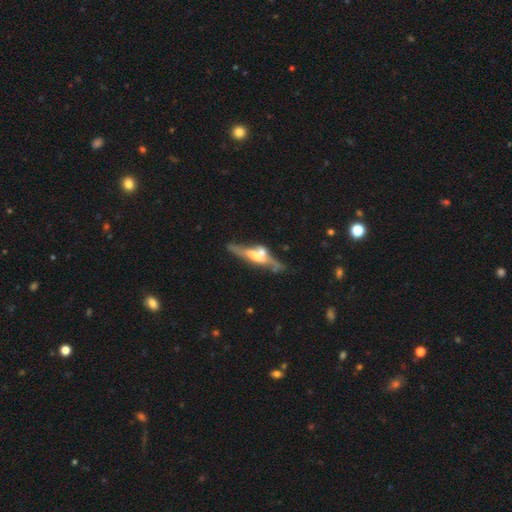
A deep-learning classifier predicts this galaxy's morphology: Smooth or featured? featured or disk (69%)
Edge-on disk? yes (74%)
Edge-on bulge? rounded (53%)
Merging? none (43%)